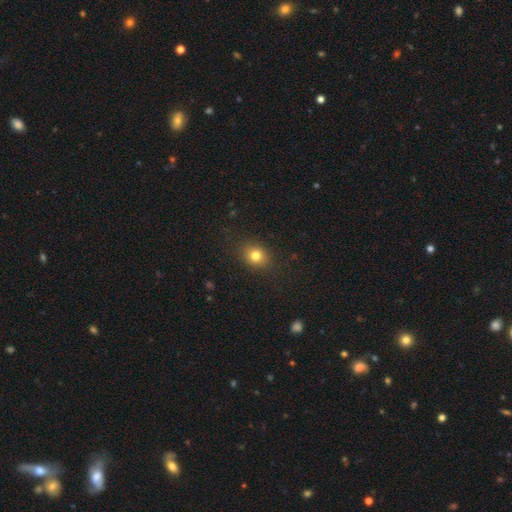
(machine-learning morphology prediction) smooth 79%, star or artifact 13%, featured or disk 8%. Down the decision tree: how rounded — round (63%); merging — none (87%).